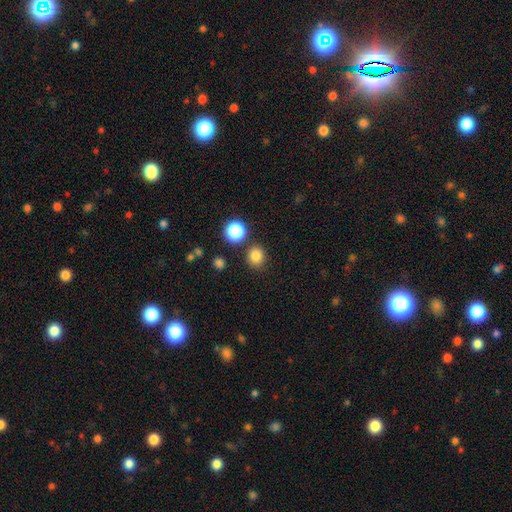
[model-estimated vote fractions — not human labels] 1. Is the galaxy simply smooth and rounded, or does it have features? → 82% smooth, 14% star or artifact, 4% featured or disk.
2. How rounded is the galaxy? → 83% round, 16% in between, 1% cigar-shaped.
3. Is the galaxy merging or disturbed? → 83% none, 8% minor disturbance, 6% merger, 3% major disturbance.